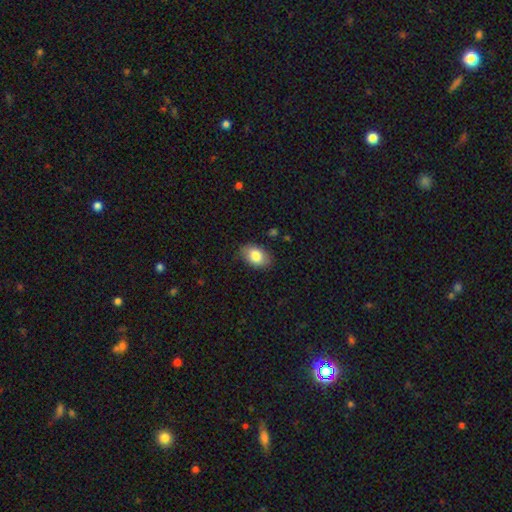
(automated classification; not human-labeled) Smooth or featured?
  - smooth: 82% *
  - featured or disk: 11%
  - star or artifact: 7%
How rounded?
  - in between: 88% *
  - round: 11%
  - cigar-shaped: 1%
Merging?
  - none: 83% *
  - minor disturbance: 13%
  - major disturbance: 3%
  - merger: 1%